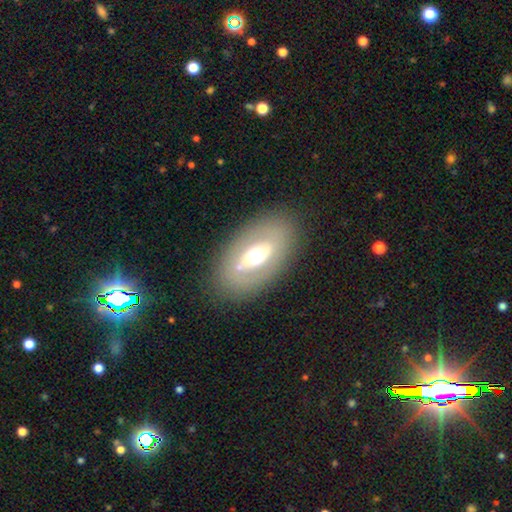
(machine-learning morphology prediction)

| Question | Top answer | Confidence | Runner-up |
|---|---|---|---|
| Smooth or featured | featured or disk | 48% | smooth (42%) |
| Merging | none | 82% | minor disturbance (10%) |